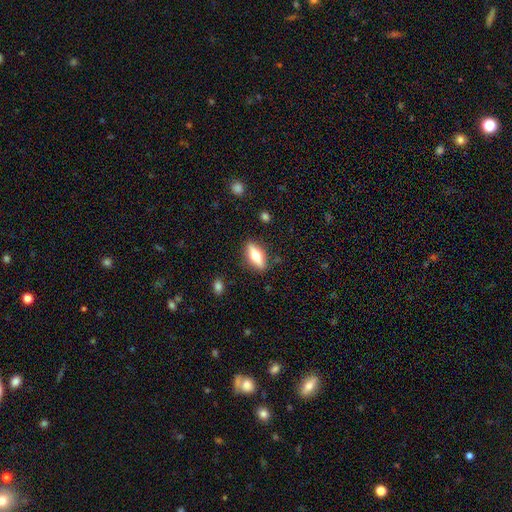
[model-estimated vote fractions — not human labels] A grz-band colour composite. It shows a featured or disk galaxy (47%, tied with smooth). Merging: none (86%).